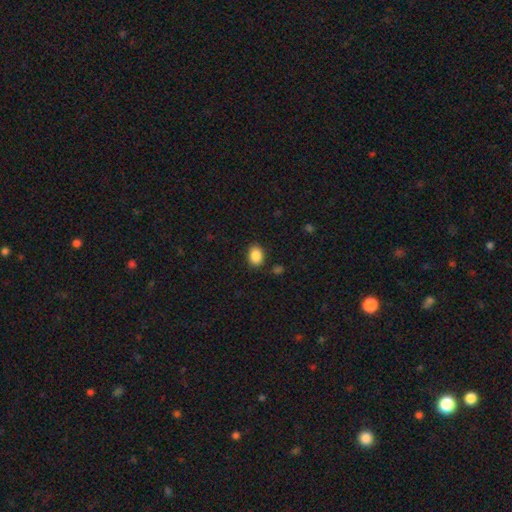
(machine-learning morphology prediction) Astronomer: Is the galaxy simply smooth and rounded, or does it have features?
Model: smooth — 88%.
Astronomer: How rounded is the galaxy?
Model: in between — 73%.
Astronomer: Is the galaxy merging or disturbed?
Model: none — 86%.